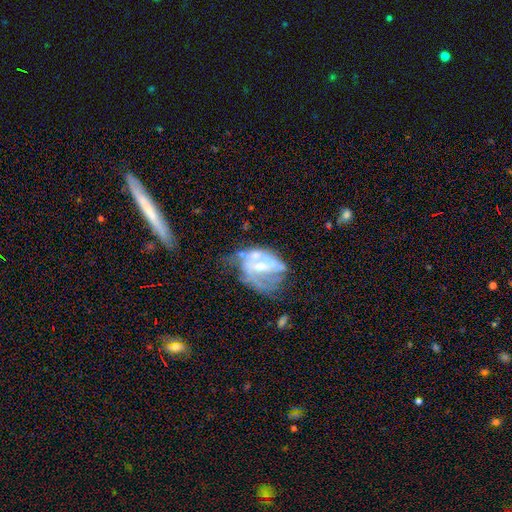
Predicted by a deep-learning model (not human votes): The model was most divided on "spiral winding" (2-way tie): medium: 40%, tight: 40%, loose: 20%. Remaining: edge-on disk — no (97%); smooth or featured — featured or disk (81%); spiral arms — yes (77%); bulge size — moderate (58%); bar — no (51%); spiral arm count — 2 (37%); merging — none (37%).